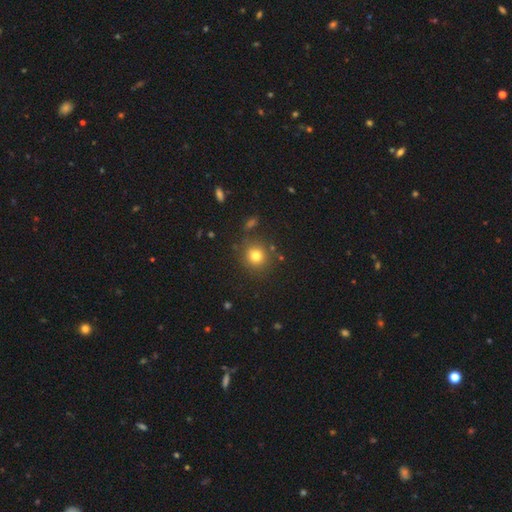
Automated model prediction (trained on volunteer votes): Overall: smooth (78%). How rounded: round (91%). Merging: none (85%).